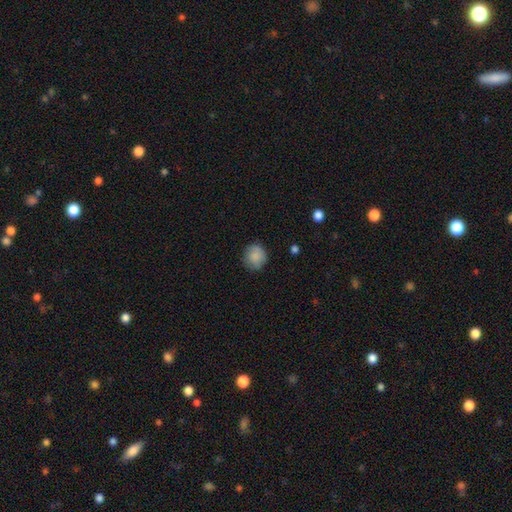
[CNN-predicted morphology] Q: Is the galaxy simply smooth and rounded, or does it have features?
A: smooth — 86%.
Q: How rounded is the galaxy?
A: round — 85%.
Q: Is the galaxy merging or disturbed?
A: none — 81%.